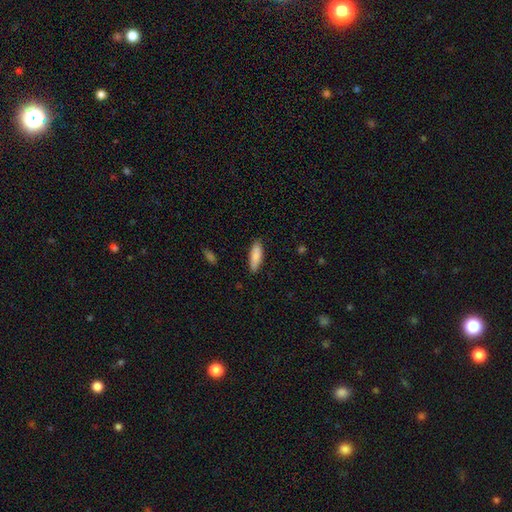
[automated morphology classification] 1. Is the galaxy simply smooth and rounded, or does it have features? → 86% smooth, 8% featured or disk, 6% star or artifact.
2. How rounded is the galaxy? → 55% in between, 43% cigar-shaped, 2% round.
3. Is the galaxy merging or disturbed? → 84% none, 12% minor disturbance, 2% major disturbance, 1% merger.